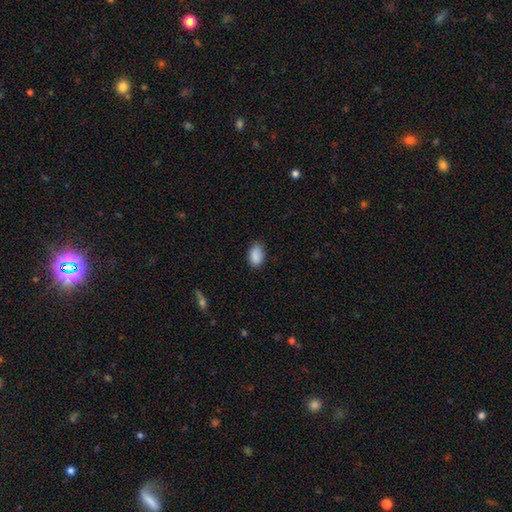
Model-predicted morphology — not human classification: Overall: smooth (88%). How rounded: in between (88%). Merging: none (79%).